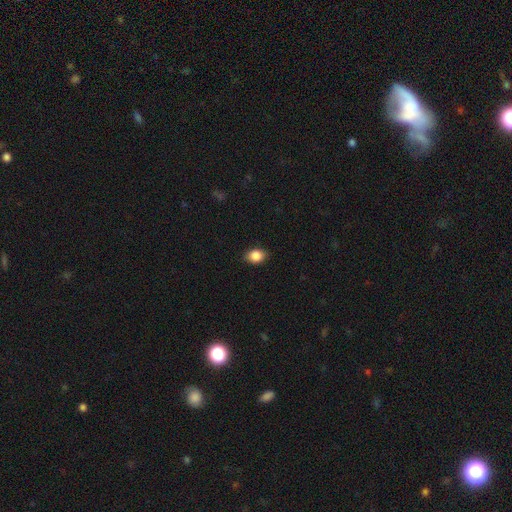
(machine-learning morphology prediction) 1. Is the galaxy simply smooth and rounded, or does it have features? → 87% smooth, 9% star or artifact, 5% featured or disk.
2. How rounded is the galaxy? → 61% in between, 38% round, 1% cigar-shaped.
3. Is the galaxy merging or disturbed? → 85% none, 12% minor disturbance, 2% major disturbance, 1% merger.